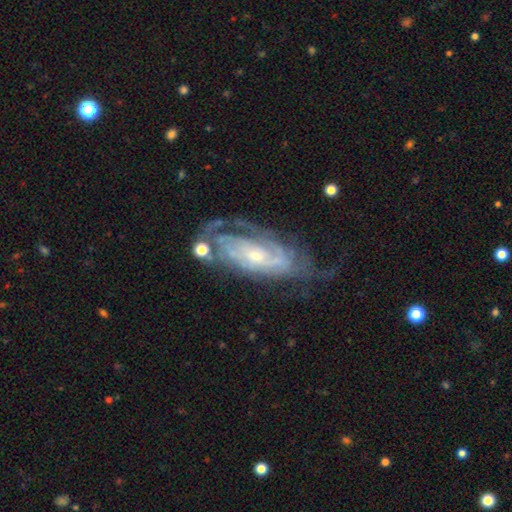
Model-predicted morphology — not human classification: Q: Smooth or featured?
A: featured or disk (84%); runner-up: smooth (10%)
Q: Edge-on disk?
A: no (91%); runner-up: yes (9%)
Q: Bar?
A: no (65%); runner-up: weak (26%)
Q: Spiral arms?
A: yes (92%); runner-up: no (8%)
Q: Spiral winding?
A: tight (66%); runner-up: medium (26%)
Q: Spiral arm count?
A: can't tell (47%); runner-up: 2 (23%)
Q: Bulge size?
A: small (65%); runner-up: moderate (31%)
Q: Merging?
A: none (54%); runner-up: minor disturbance (24%)